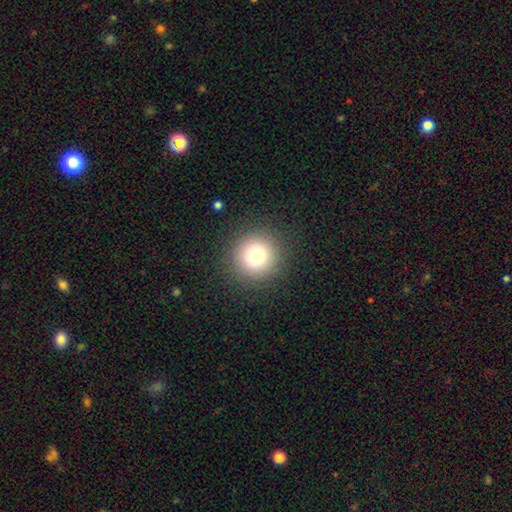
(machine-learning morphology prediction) A smooth galaxy with no disk features (75%) that is round (96%). Merging: none (90%).